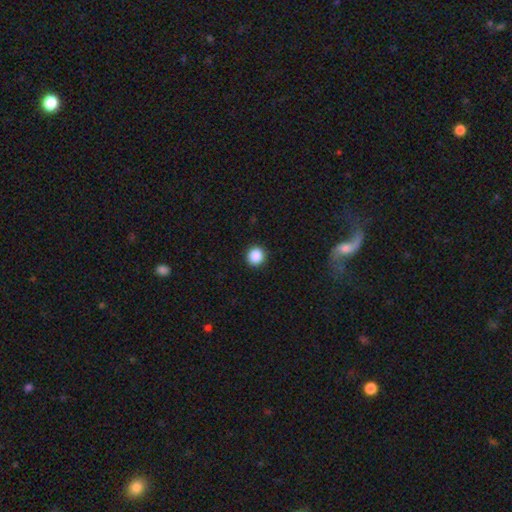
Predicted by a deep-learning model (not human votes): Q: Smooth or featured?
A: smooth (88%); runner-up: star or artifact (9%)
Q: How rounded?
A: round (91%); runner-up: in between (8%)
Q: Merging?
A: none (92%); runner-up: minor disturbance (5%)